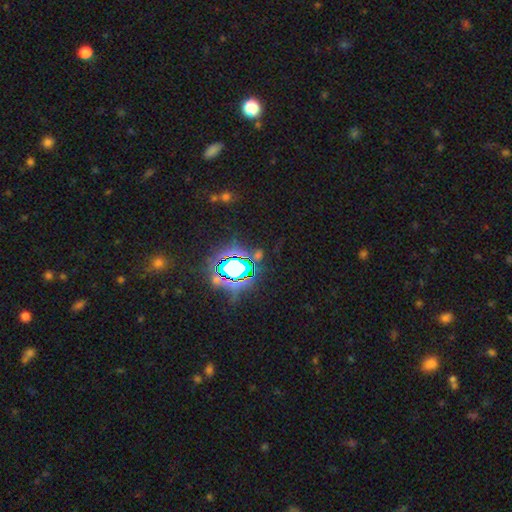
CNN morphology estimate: star or artifact 77%, smooth 13%, featured or disk 10%.